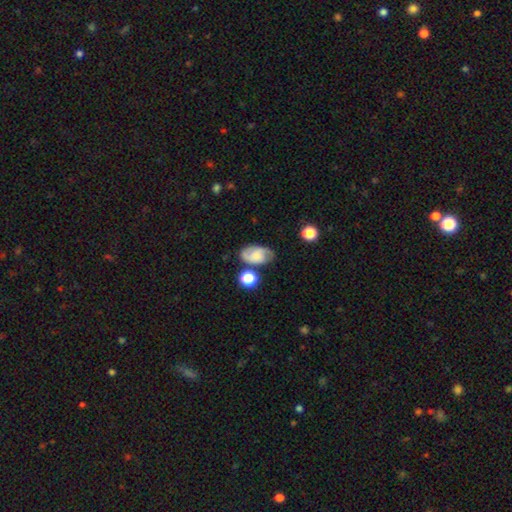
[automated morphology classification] Smooth or featured? Predicted: featured or disk (p=0.54). Edge-on disk? Predicted: no (p=0.96). Bar? Predicted: no (p=0.64). Spiral arms? Predicted: yes (p=0.89). Bulge size? Predicted: small (p=0.49). Merging? Predicted: none (p=0.63).